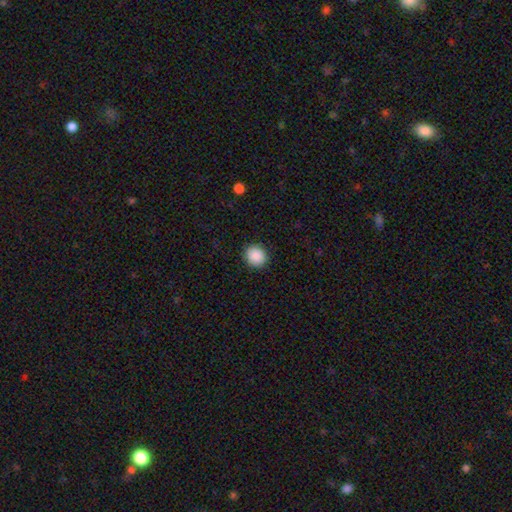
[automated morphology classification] smooth_or_featured: smooth (p=0.89) [alt: star or artifact p=0.08]
how_rounded: round (p=0.86) [alt: in between p=0.13]
merging: none (p=0.91) [alt: minor disturbance p=0.06]